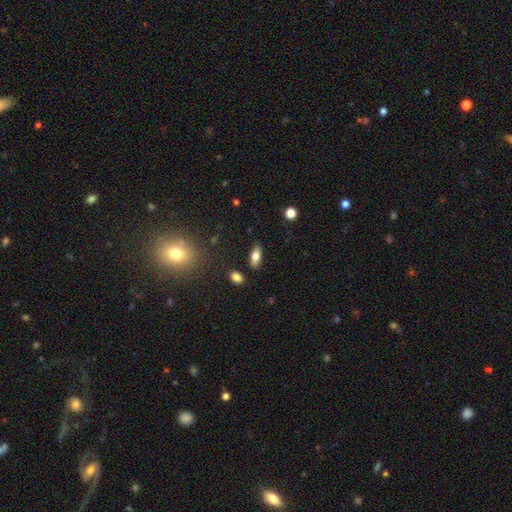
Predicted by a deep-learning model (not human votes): Smooth or featured? Predicted: smooth (p=0.74). How rounded? Predicted: in between (p=0.82). Merging? Predicted: none (p=0.85).